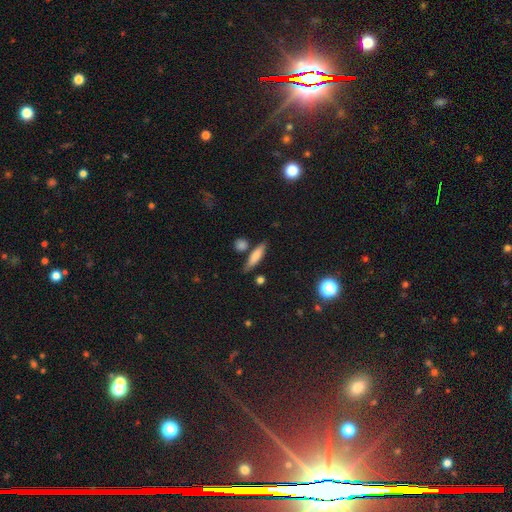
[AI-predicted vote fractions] Smooth or featured?
  - smooth: 74% *
  - featured or disk: 18%
  - star or artifact: 8%
How rounded?
  - cigar-shaped: 72% *
  - in between: 25%
  - round: 3%
Merging?
  - none: 74% *
  - minor disturbance: 14%
  - merger: 8%
  - major disturbance: 4%